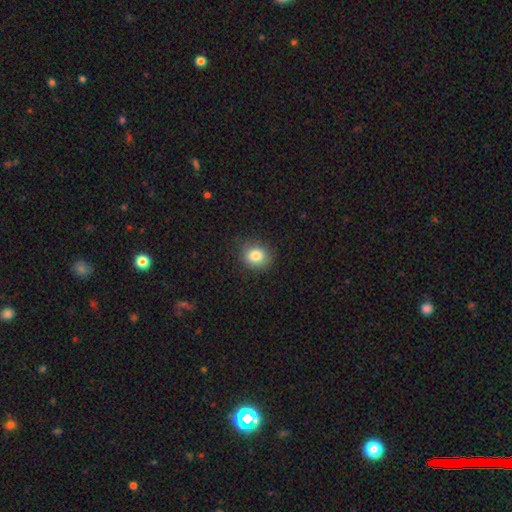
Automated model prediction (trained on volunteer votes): smooth_or_featured: smooth (p=0.83) [alt: star or artifact p=0.10]
how_rounded: round (p=0.70) [alt: in between p=0.29]
merging: none (p=0.83) [alt: minor disturbance p=0.12]